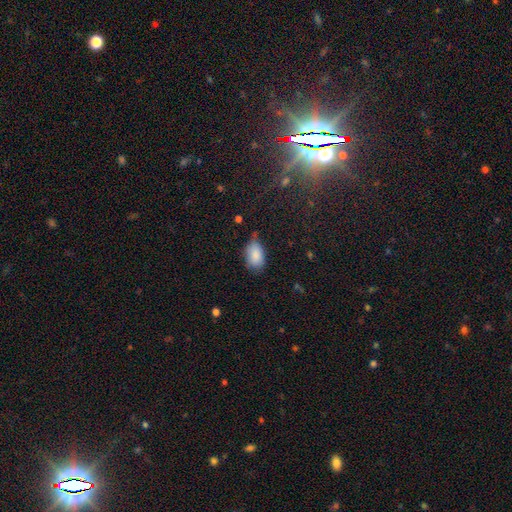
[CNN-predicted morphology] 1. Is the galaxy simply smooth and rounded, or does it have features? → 86% smooth, 8% star or artifact, 6% featured or disk.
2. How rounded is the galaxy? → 90% in between, 9% round, 2% cigar-shaped.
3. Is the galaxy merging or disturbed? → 58% none, 33% minor disturbance, 6% major disturbance, 3% merger.